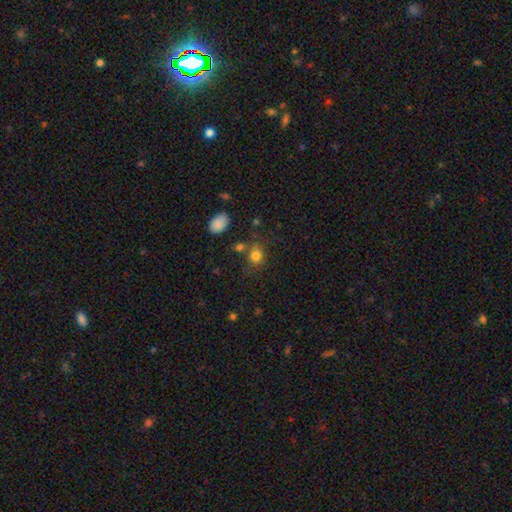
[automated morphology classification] Overall: smooth (80%). How rounded: round (64%; in between 35%). Merging: none (64%).